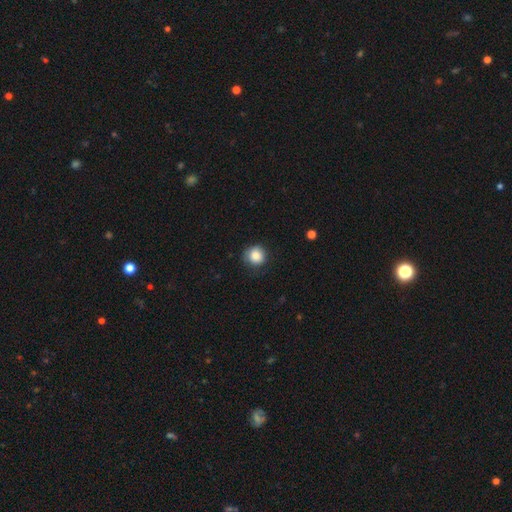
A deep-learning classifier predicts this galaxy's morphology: smooth 86%, star or artifact 9%, featured or disk 5%. Down the decision tree: how rounded — round (90%); merging — none (75%).